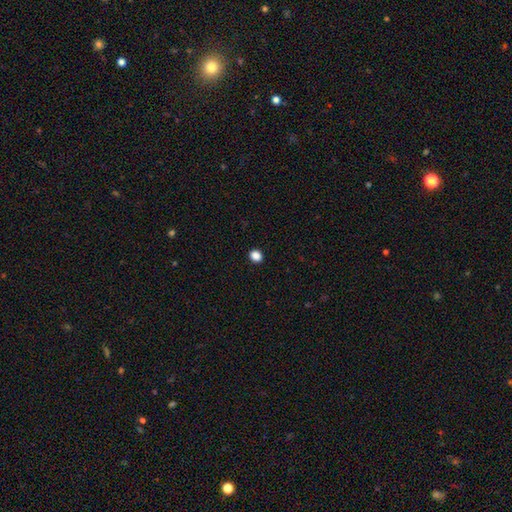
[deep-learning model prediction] A smooth galaxy with no disk features (86%) that is round (64%). Merging: none (92%).